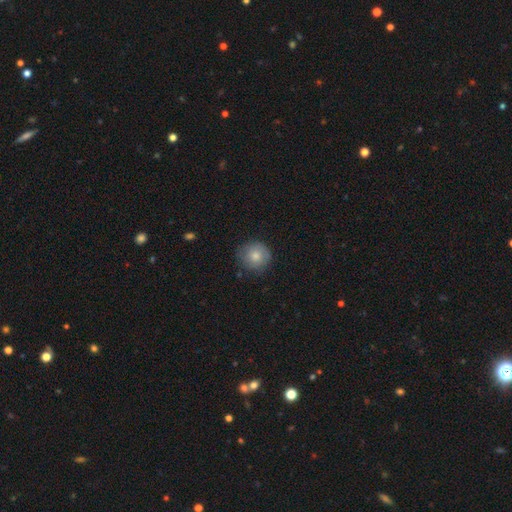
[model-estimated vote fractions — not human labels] This is likely a smooth galaxy (79%). How rounded: clearly round (92%). Merging: likely none (76%).